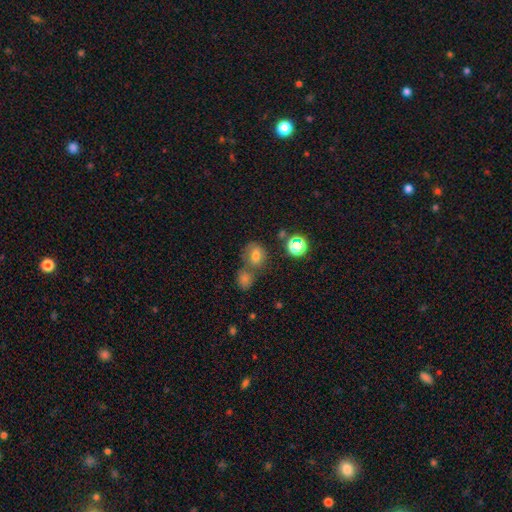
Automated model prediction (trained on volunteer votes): Morphology: type=smooth (71%); roundness=round (53%); merging=none (47%).